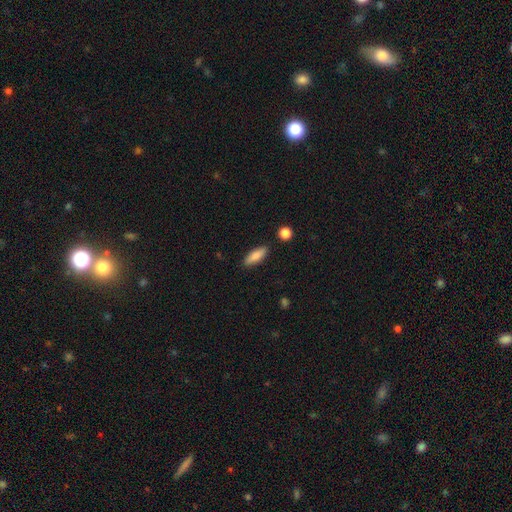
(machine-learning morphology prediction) This appears to be a smooth galaxy with no disk features (84%) that is in between round and cigar-shaped (59%). Merging: none (87%).